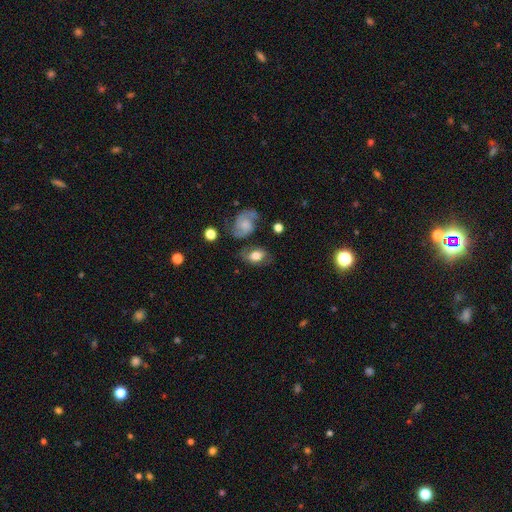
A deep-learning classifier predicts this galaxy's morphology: type=smooth (63%); roundness=in between (80%); merging=none (60%).